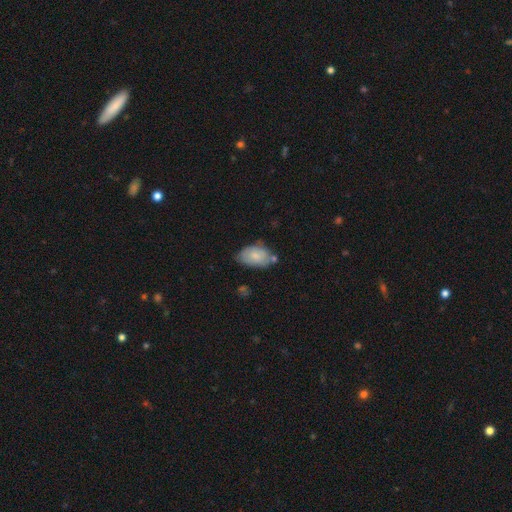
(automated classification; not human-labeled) The model was most divided on "merging": none: 50%, minor disturbance: 31%, merger: 11%, major disturbance: 8%. More confident: how rounded — in between (91%); smooth or featured — smooth (73%).